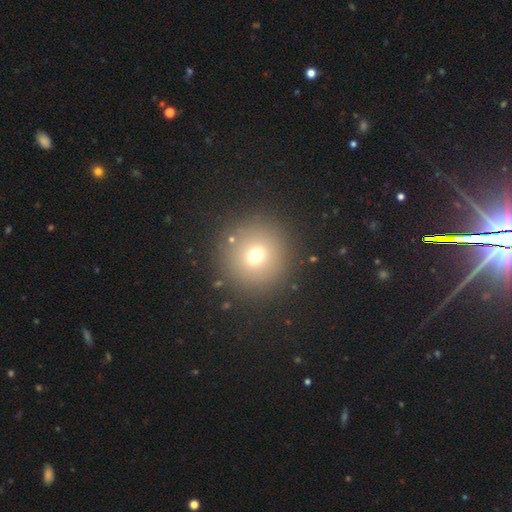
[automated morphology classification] The model was most divided on "smooth or featured": smooth: 68%, star or artifact: 20%, featured or disk: 12%. More confident: how rounded — round (94%); merging — none (87%).